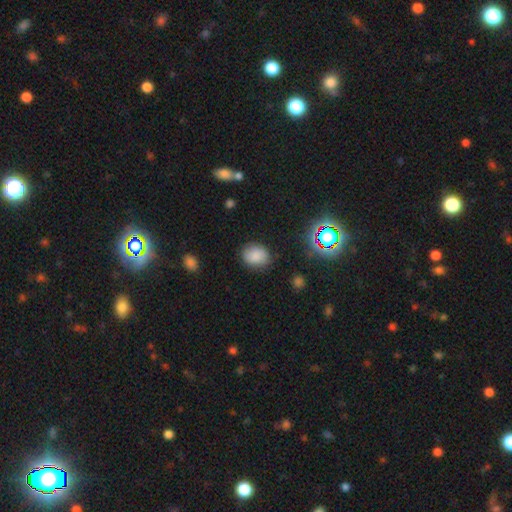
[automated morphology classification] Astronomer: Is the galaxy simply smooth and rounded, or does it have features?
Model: smooth — 81%.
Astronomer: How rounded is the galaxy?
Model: round — 52% (runner-up: in between, 47%).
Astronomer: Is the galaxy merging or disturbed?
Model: none — 81%.